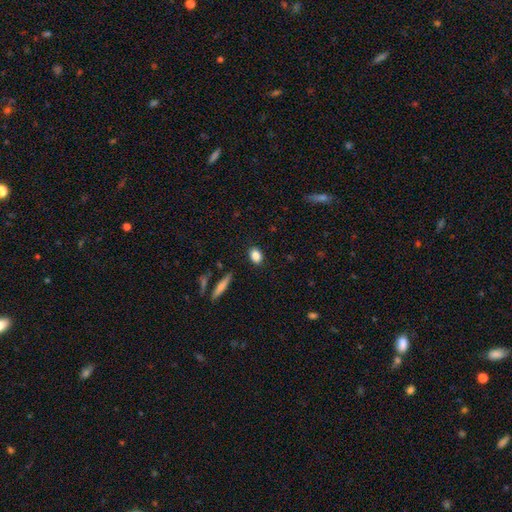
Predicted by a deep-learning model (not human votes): Morphology: type=smooth (85%); roundness=in between (71%); merging=none (88%).